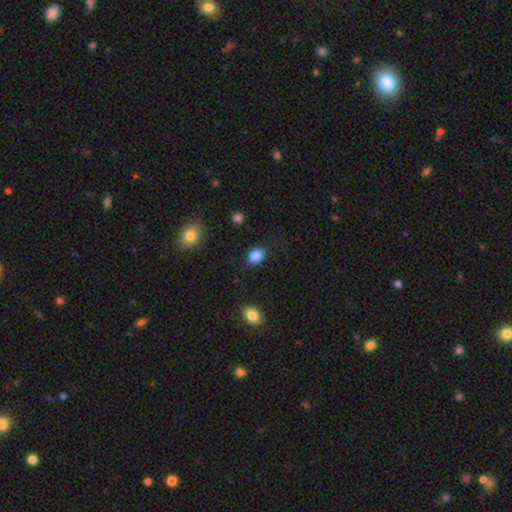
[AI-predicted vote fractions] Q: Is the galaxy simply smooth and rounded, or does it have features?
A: smooth — 87%.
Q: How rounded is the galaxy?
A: in between — 78%.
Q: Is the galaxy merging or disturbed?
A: none — 84%.